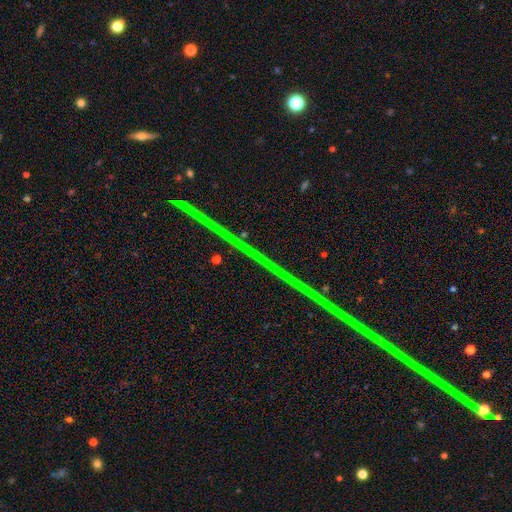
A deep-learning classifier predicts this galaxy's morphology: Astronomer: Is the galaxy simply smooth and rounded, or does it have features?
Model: star or artifact — 87%.